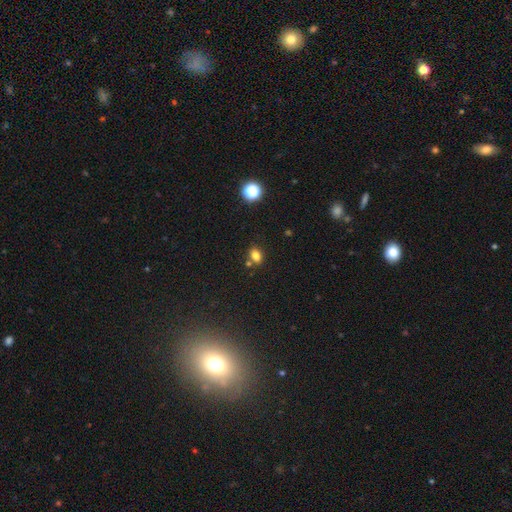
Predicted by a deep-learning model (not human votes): This appears to be a smooth galaxy with no disk features (78%) that is in between round and cigar-shaped (68%). Merging: none (70%).